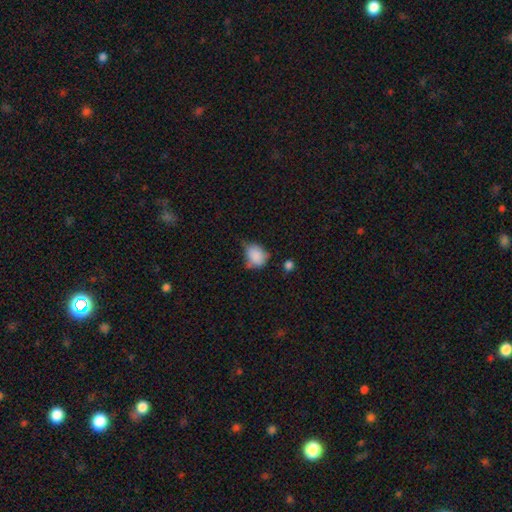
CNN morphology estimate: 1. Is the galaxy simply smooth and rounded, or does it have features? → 81% smooth, 9% star or artifact, 9% featured or disk.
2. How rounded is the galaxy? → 53% in between, 46% round, 1% cigar-shaped.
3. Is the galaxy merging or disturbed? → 45% minor disturbance, 32% none, 17% major disturbance, 6% merger.